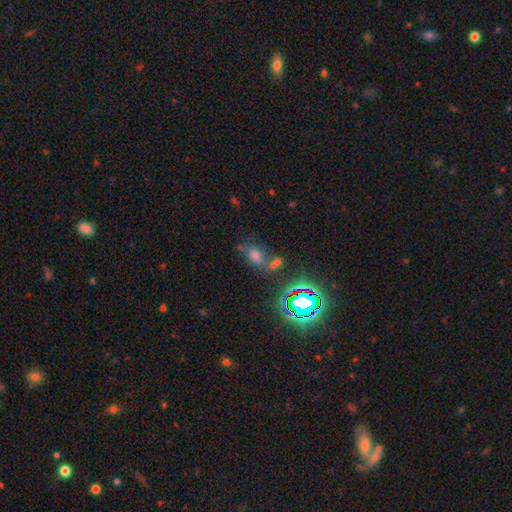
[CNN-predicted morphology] smooth 52%, star or artifact 34%, featured or disk 13%. Down the decision tree: how rounded — in between (72%); merging — none (53%).